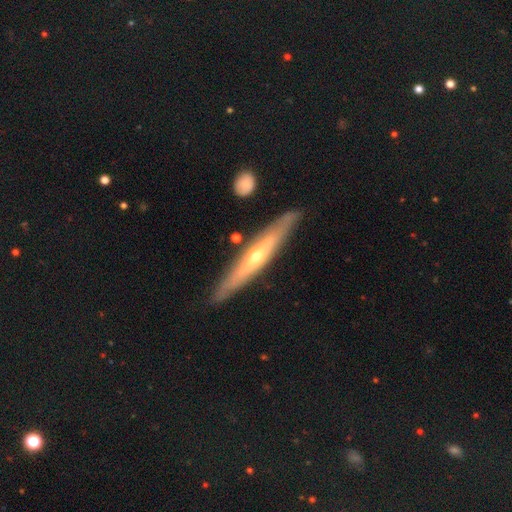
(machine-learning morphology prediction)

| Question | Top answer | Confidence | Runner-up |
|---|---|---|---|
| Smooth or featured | featured or disk | 69% | smooth (26%) |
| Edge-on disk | yes | 87% | no (13%) |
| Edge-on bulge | rounded | 80% | none (18%) |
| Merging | none | 86% | minor disturbance (10%) |